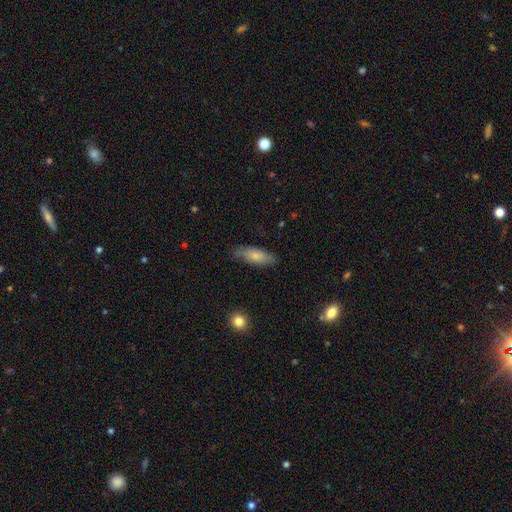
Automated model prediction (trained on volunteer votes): smooth-or-featured: smooth: 73% | featured or disk: 21% | star or artifact: 6%
  how-rounded: in between: 69% | cigar-shaped: 28% | round: 2%
  merging: none: 72% | minor disturbance: 22% | major disturbance: 4% | merger: 2%